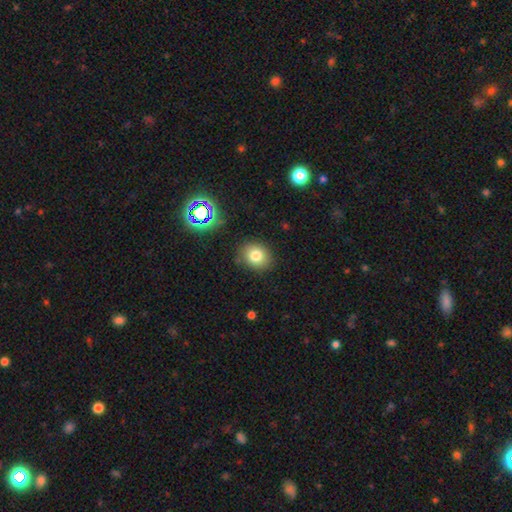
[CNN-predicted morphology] type=smooth (77%); roundness=round (65%); merging=none (83%).